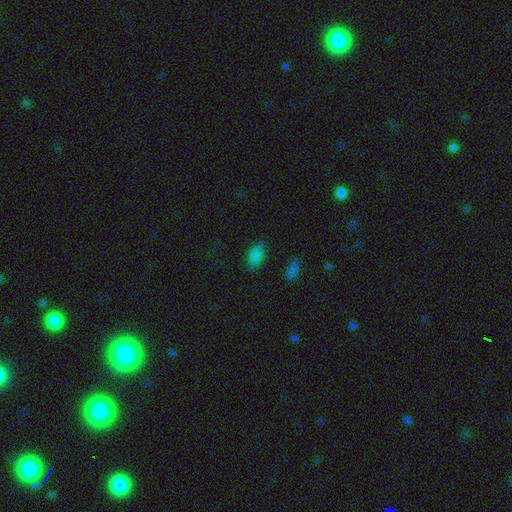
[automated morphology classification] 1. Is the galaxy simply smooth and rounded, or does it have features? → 84% smooth, 11% star or artifact, 5% featured or disk.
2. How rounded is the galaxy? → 93% in between, 5% round, 2% cigar-shaped.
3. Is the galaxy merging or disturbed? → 83% none, 12% minor disturbance, 3% major disturbance, 2% merger.